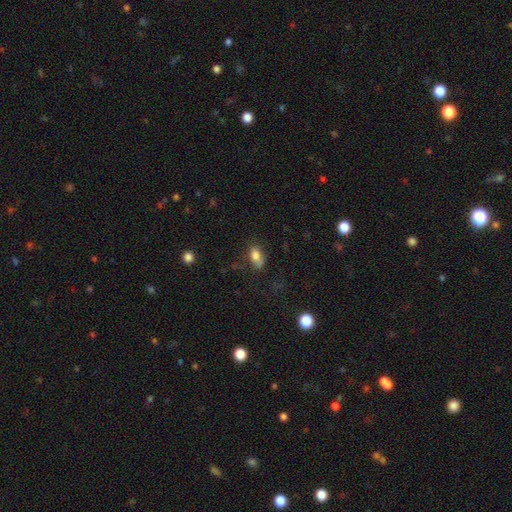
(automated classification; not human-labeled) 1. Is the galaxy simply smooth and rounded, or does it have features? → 79% smooth, 11% featured or disk, 10% star or artifact.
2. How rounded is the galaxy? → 83% in between, 12% round, 5% cigar-shaped.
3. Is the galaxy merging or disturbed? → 55% none, 28% minor disturbance, 11% major disturbance, 7% merger.